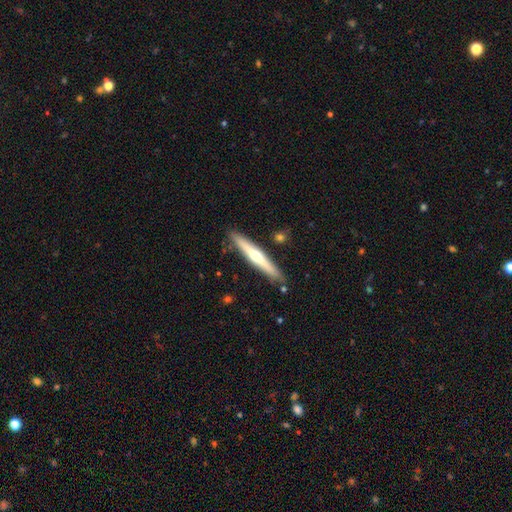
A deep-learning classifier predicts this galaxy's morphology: Smooth or featured? featured or disk (59%)
Edge-on disk? yes (95%)
Edge-on bulge? rounded (83%)
Merging? none (87%)